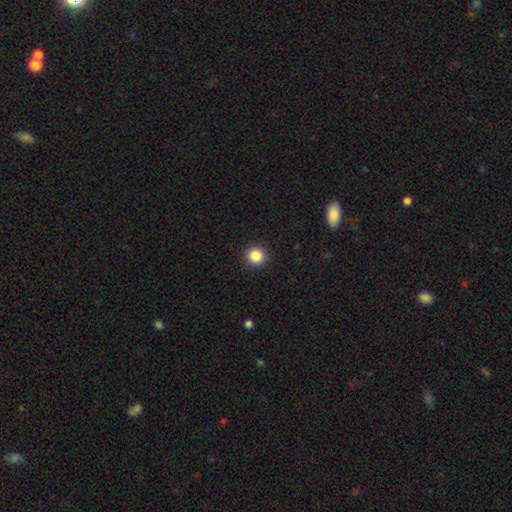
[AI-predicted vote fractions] Smooth or featured?
  - smooth: 86% *
  - star or artifact: 10%
  - featured or disk: 4%
How rounded?
  - round: 93% *
  - in between: 6%
  - cigar-shaped: 1%
Merging?
  - none: 92% *
  - minor disturbance: 5%
  - major disturbance: 2%
  - merger: 1%